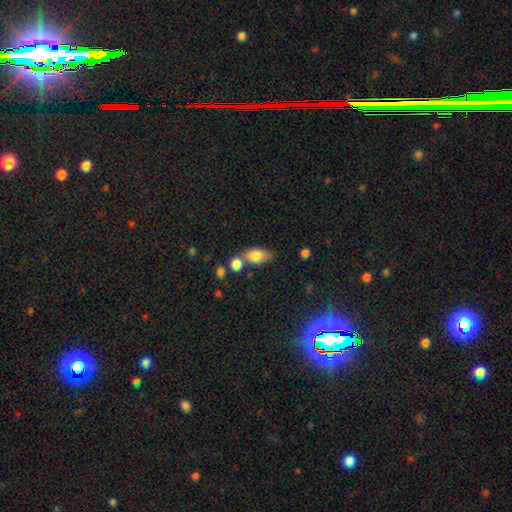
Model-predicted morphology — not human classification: A smooth galaxy with no disk features (82%) that is in between round and cigar-shaped (86%). Merging: none (51%).